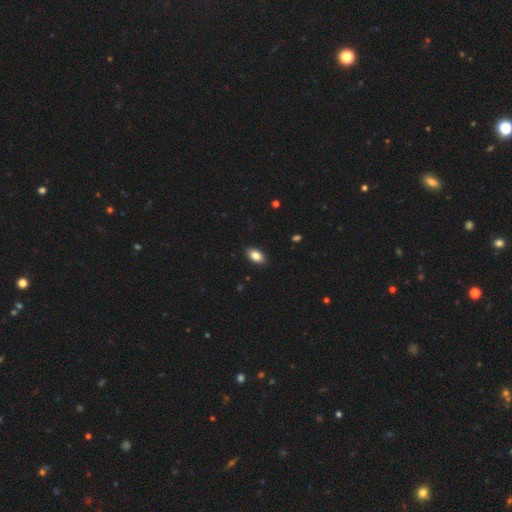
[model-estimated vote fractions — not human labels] Overall: smooth (85%). How rounded: in between (92%). Merging: none (90%).